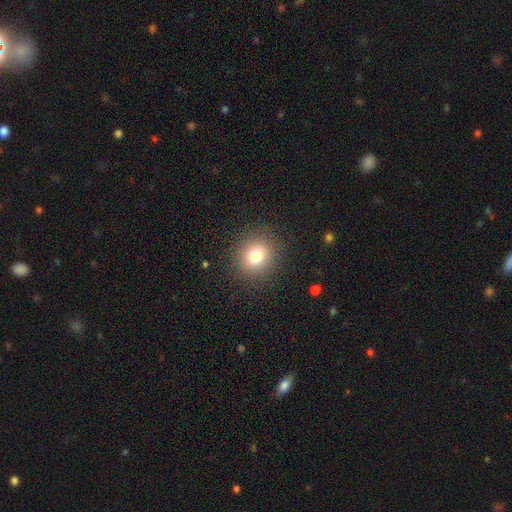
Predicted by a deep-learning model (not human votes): Overall: smooth (77%). How rounded: round (82%). Merging: none (89%).